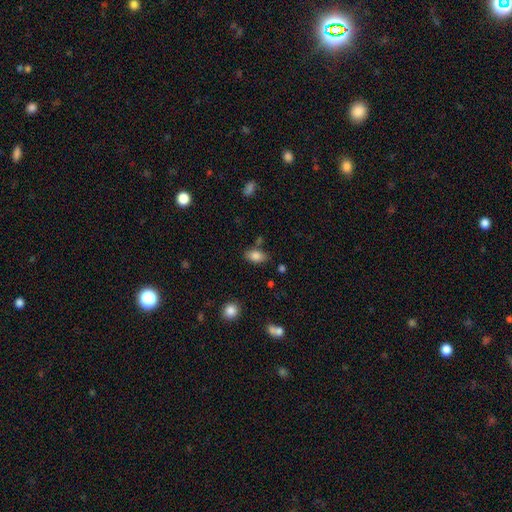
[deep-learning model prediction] smooth-or-featured: smooth: 85% | star or artifact: 9% | featured or disk: 7%
  how-rounded: in between: 89% | round: 8% | cigar-shaped: 3%
  merging: none: 75% | minor disturbance: 15% | merger: 7% | major disturbance: 4%